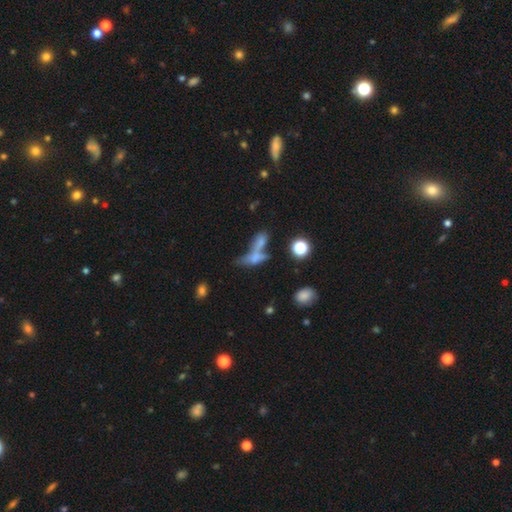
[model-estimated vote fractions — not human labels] A smooth galaxy with no disk features (58%) that is in between round and cigar-shaped (50%). Merging: merger (58%).